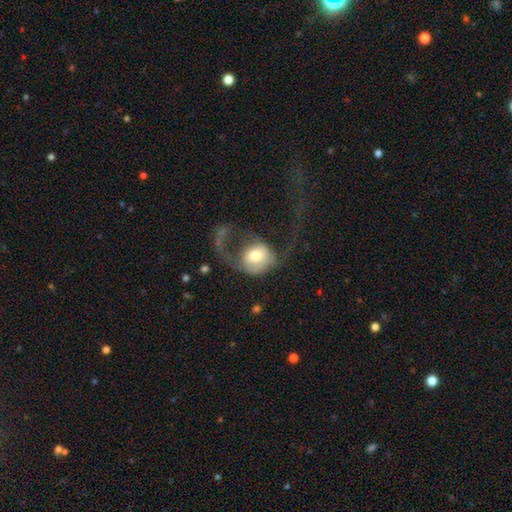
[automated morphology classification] Smooth or featured? Predicted: smooth (p=0.56). How rounded? Predicted: round (p=0.71). Merging? Predicted: major disturbance (p=0.67).